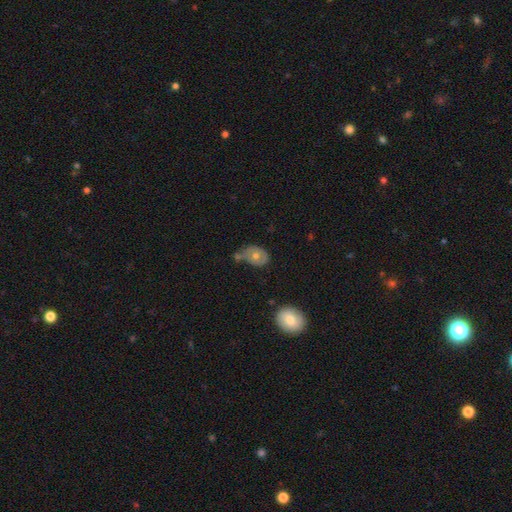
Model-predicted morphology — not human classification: smooth-or-featured: smooth: 55% | featured or disk: 35% | star or artifact: 10%
  how-rounded: in between: 65% | round: 33% | cigar-shaped: 1%
  merging: none: 46% | minor disturbance: 24% | merger: 20% | major disturbance: 9%